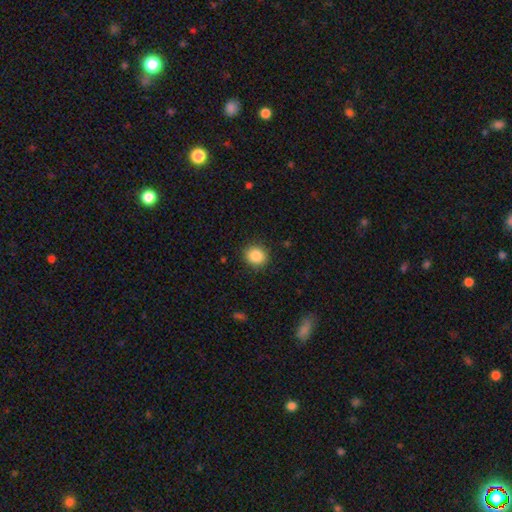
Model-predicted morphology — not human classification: Q: Smooth or featured?
A: smooth (86%); runner-up: star or artifact (9%)
Q: How rounded?
A: round (79%); runner-up: in between (20%)
Q: Merging?
A: none (90%); runner-up: minor disturbance (7%)